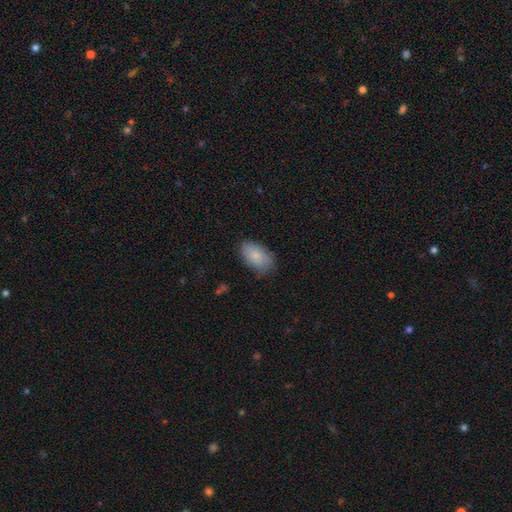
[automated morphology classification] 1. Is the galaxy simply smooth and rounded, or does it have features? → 80% smooth, 14% featured or disk, 6% star or artifact.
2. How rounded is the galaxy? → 93% in between, 5% round, 2% cigar-shaped.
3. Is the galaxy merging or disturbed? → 76% none, 19% minor disturbance, 4% major disturbance, 1% merger.